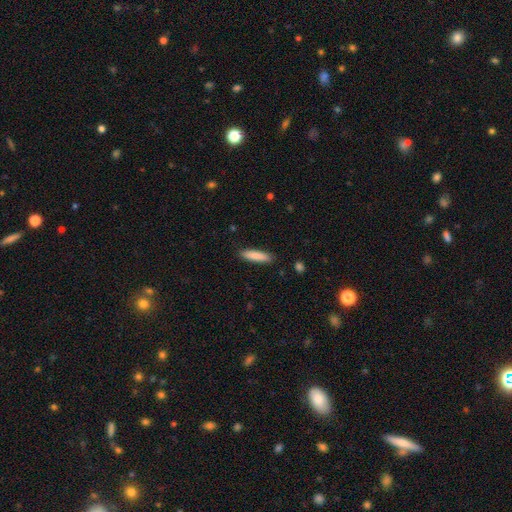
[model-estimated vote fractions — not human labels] Smooth or featured?
  - smooth: 85% *
  - featured or disk: 9%
  - star or artifact: 6%
How rounded?
  - cigar-shaped: 71% *
  - in between: 28%
  - round: 1%
Merging?
  - none: 89% *
  - minor disturbance: 8%
  - major disturbance: 2%
  - merger: 1%